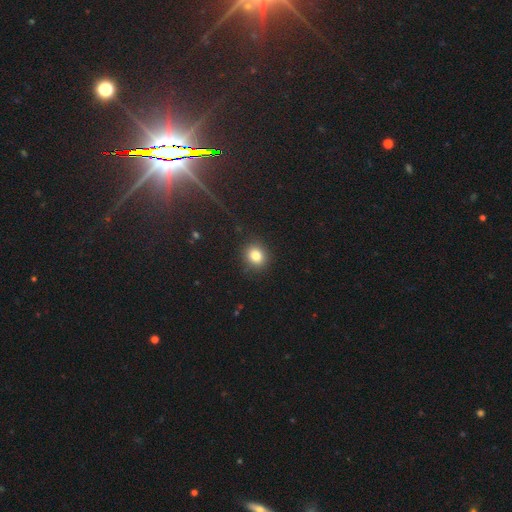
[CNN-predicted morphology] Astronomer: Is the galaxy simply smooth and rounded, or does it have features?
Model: smooth — 81%.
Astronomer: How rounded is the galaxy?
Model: round — 78%.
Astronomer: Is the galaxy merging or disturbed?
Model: none — 89%.